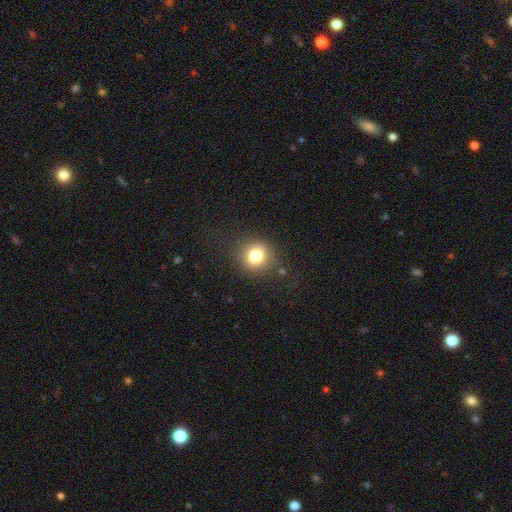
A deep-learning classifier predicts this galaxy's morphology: This is likely a smooth galaxy (80%). How rounded: clearly round (86%). Merging: clearly none (85%).